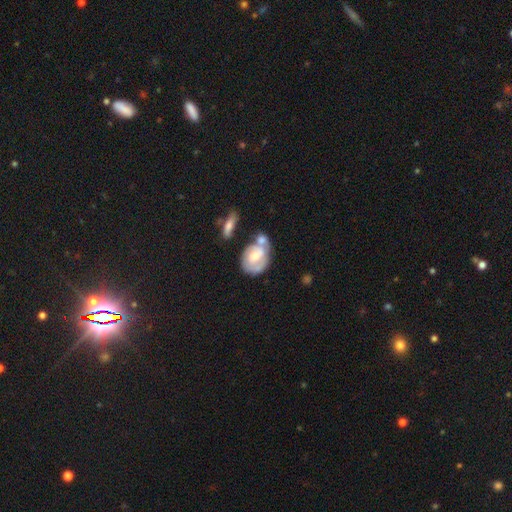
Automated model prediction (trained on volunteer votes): Smooth or featured? Predicted: featured or disk (p=0.53). Edge-on disk? Predicted: no (p=0.95). Bar? Predicted: no (p=0.63). Spiral arms? Predicted: yes (p=0.56). Bulge size? Predicted: moderate (p=0.59). Merging? Predicted: merger (p=0.41).